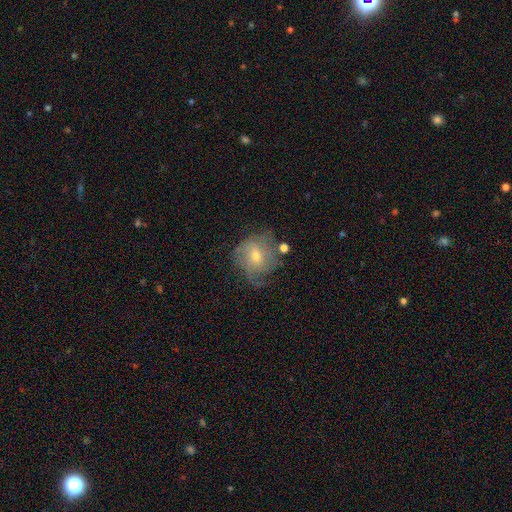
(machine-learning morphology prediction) The model was most divided on "bulge size": moderate: 49%, small: 46%, large: 2%, none: 2%, dominant: 1%. Remaining: edge-on disk — no (96%); spiral arms — yes (78%); smooth or featured — featured or disk (58%); bar — no (55%); merging — none (49%).